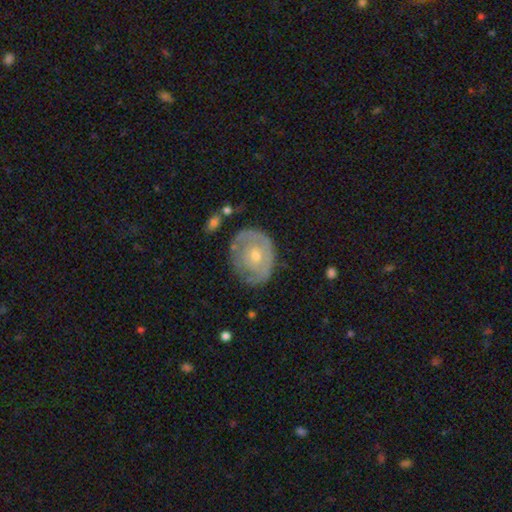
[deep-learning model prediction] Smooth or featured? Predicted: featured or disk (p=0.63). Edge-on disk? Predicted: no (p=0.96). Bar? Predicted: no (p=0.86). Spiral arms? Predicted: yes (p=0.54). Bulge size? Predicted: small (p=0.55). Merging? Predicted: none (p=0.59).